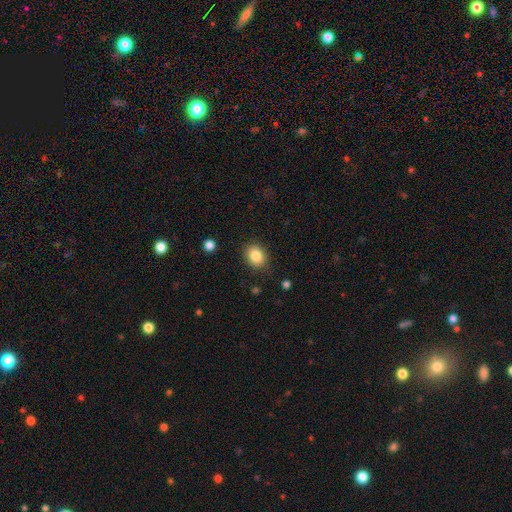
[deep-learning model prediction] Smooth or featured? Predicted: smooth (p=0.85). How rounded? Predicted: round (p=0.55). Merging? Predicted: none (p=0.85).